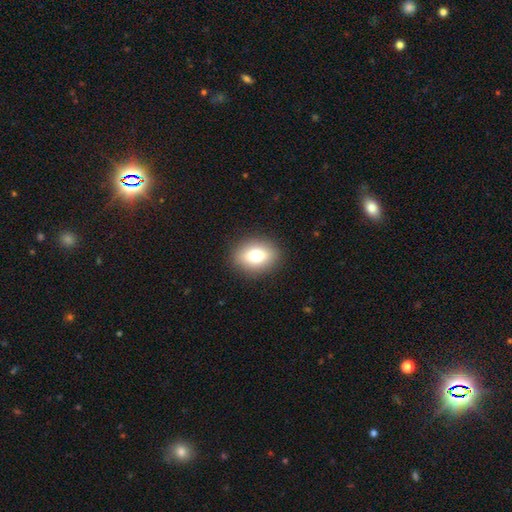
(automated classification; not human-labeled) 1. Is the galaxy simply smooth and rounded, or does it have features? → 77% smooth, 14% featured or disk, 10% star or artifact.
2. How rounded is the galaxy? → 67% in between, 31% round, 2% cigar-shaped.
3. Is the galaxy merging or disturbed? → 89% none, 7% minor disturbance, 3% major disturbance, 1% merger.